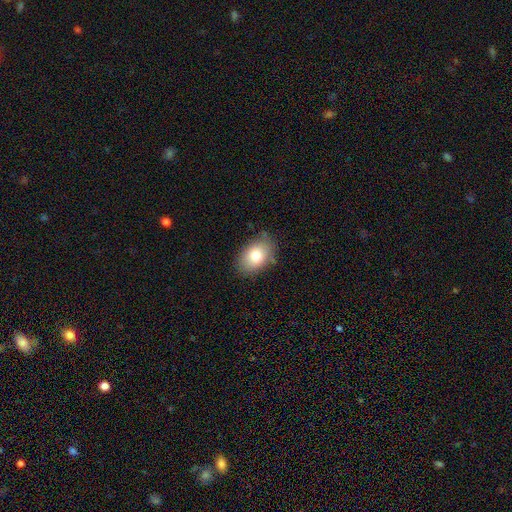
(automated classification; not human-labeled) A smooth galaxy with no disk features (79%) that is in between round and cigar-shaped (83%). Merging: none (79%).